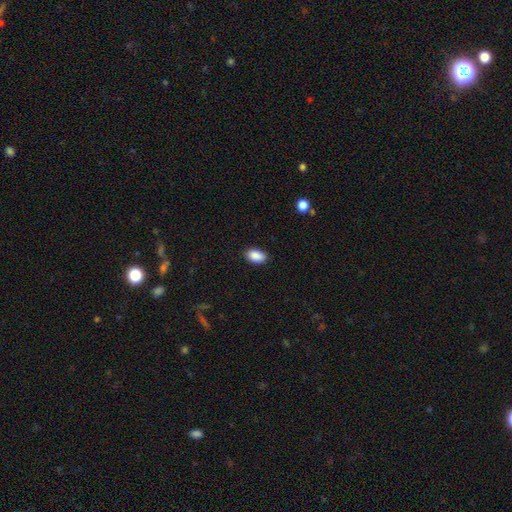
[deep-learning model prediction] The model was most divided on "merging": none: 87%, minor disturbance: 10%, major disturbance: 2%, merger: 1%. More confident: how rounded — in between (92%); smooth or featured — smooth (89%).